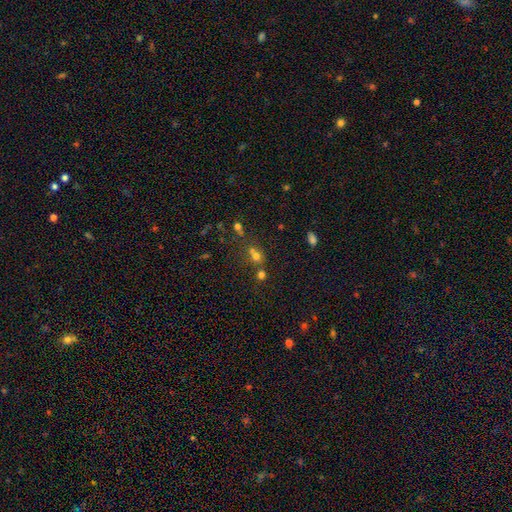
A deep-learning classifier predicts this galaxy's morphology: smooth-or-featured: smooth: 56% | star or artifact: 32% | featured or disk: 12%
  how-rounded: round: 80% | in between: 19% | cigar-shaped: 1%
  merging: none: 50% | merger: 38% | minor disturbance: 8% | major disturbance: 5%